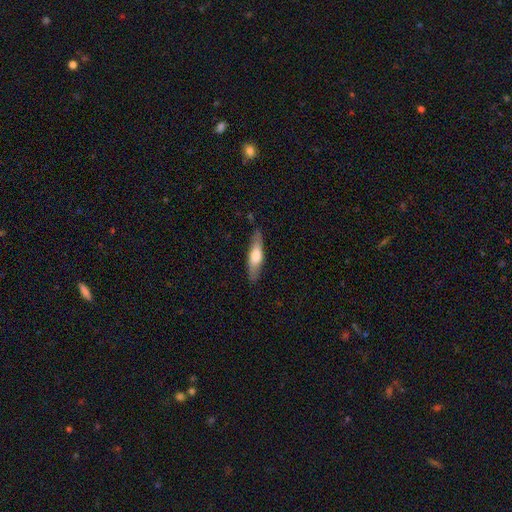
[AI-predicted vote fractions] smooth_or_featured: smooth (p=0.57) [alt: featured or disk p=0.38]
how_rounded: cigar-shaped (p=0.73) [alt: in between p=0.25]
merging: none (p=0.85) [alt: minor disturbance p=0.12]